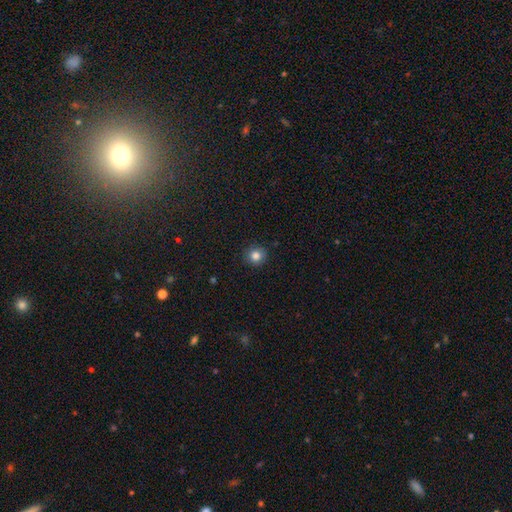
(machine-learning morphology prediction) Smooth or featured?
  - smooth: 82% *
  - star or artifact: 11%
  - featured or disk: 6%
How rounded?
  - round: 91% *
  - in between: 8%
  - cigar-shaped: 1%
Merging?
  - none: 90% *
  - minor disturbance: 7%
  - major disturbance: 2%
  - merger: 1%